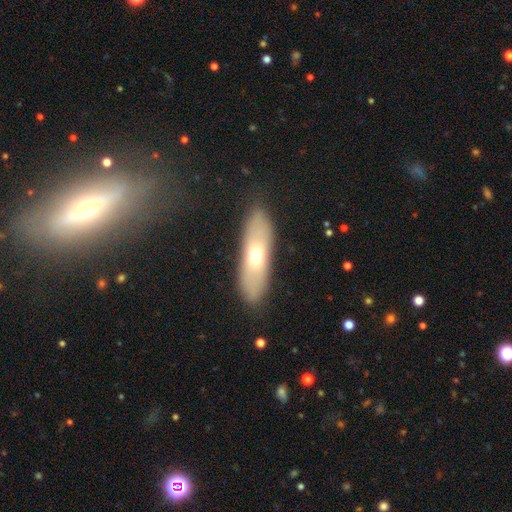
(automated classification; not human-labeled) This appears to be a smooth galaxy with no disk features (55%) that is cigar-shaped (52%). Merging: none (85%).